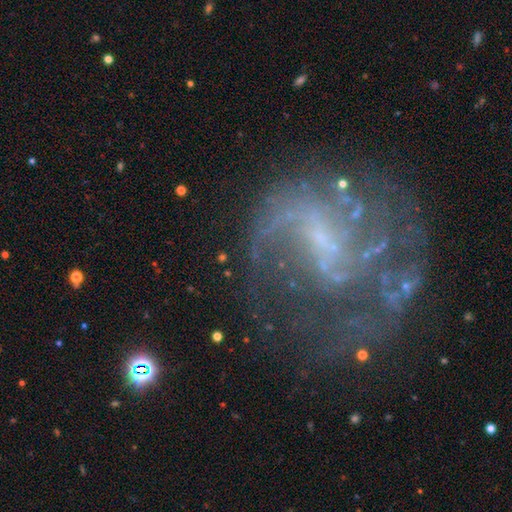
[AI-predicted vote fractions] Q: Smooth or featured?
A: featured or disk (78%); runner-up: star or artifact (12%)
Q: Edge-on disk?
A: no (98%); runner-up: yes (2%)
Q: Bar?
A: weak (44%); runner-up: no (41%)
Q: Spiral arms?
A: yes (78%); runner-up: no (22%)
Q: Spiral winding?
A: loose (42%); runner-up: medium (38%)
Q: Spiral arm count?
A: can't tell (31%); runner-up: 2 (30%)
Q: Bulge size?
A: small (46%); runner-up: none (40%)
Q: Merging?
A: none (47%); runner-up: major disturbance (32%)